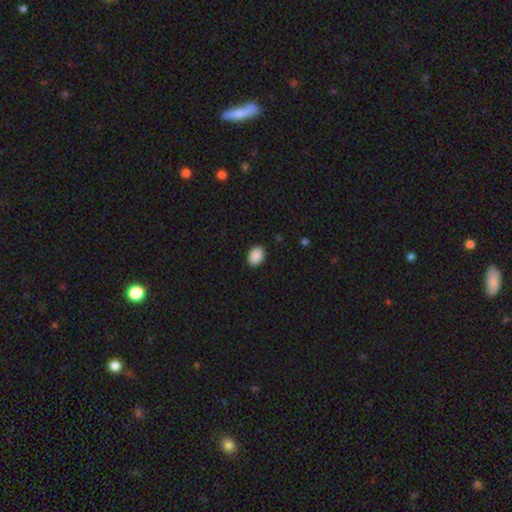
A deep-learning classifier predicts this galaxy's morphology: Smooth or featured: smooth — 90% (star or artifact — 8%)
How rounded: in between — 74% (round — 25%)
Merging: none — 90% (minor disturbance — 7%)